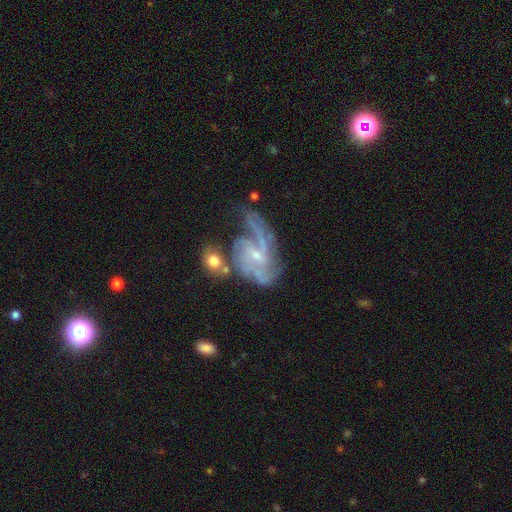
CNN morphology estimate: smooth_or_featured: featured or disk (p=0.85) [alt: smooth p=0.08]
disk_edge_on: no (p=0.97) [alt: yes p=0.03]
bar: no (p=0.45) [alt: weak p=0.43]
has_spiral_arms: yes (p=0.94) [alt: no p=0.06]
spiral_winding: medium (p=0.46) [alt: tight p=0.28]
spiral_arm_count: 3 (p=0.28) [alt: 2 p=0.24]
bulge_size: small (p=0.75) [alt: moderate p=0.17]
merging: none (p=0.40) [alt: major disturbance p=0.26]